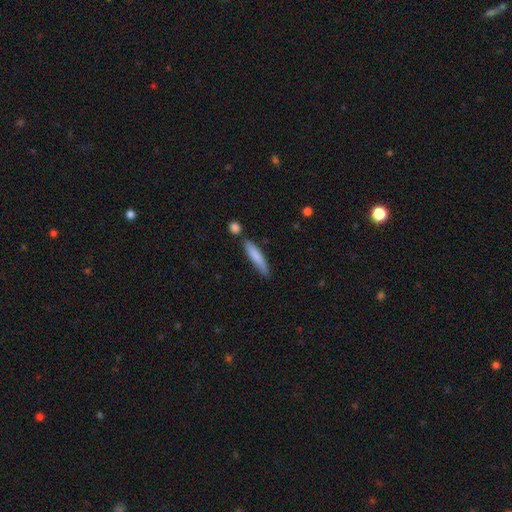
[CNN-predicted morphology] A smooth galaxy with no disk features (79%) that is cigar-shaped (87%). Merging: none (75%).